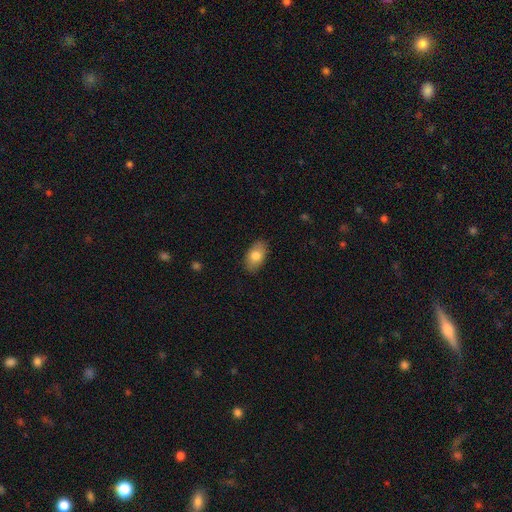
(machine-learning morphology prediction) type=smooth (79%); roundness=in between (92%); merging=none (87%).